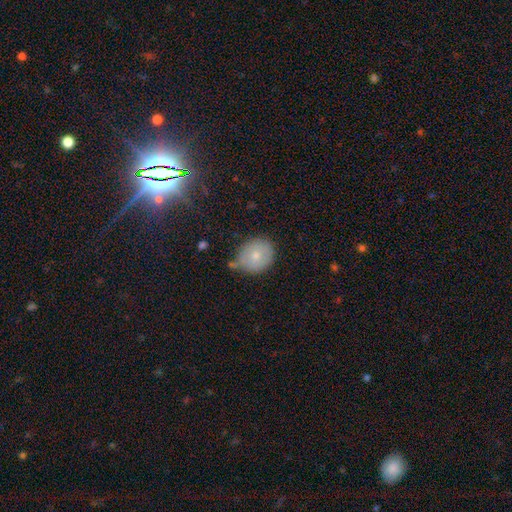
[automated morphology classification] type=smooth (75%); roundness=round (75%); merging=none (65%).